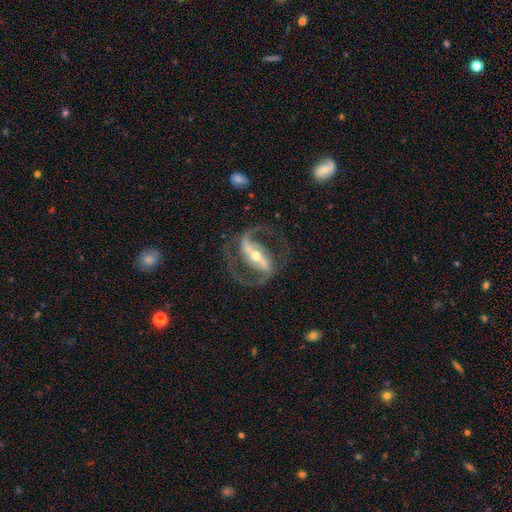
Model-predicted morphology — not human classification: Smooth or featured? featured or disk (92%)
Edge-on disk? no (96%)
Bar? strong (71%)
Spiral arms? yes (97%)
Spiral winding? medium (60%)
Spiral arm count? 2 (93%)
Bulge size? moderate (49%)
Merging? none (77%)